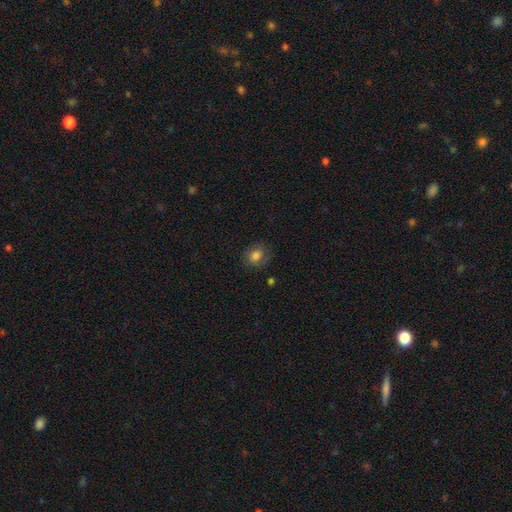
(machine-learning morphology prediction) smooth-or-featured: smooth: 75% | featured or disk: 14% | star or artifact: 11%
  how-rounded: round: 64% | in between: 35% | cigar-shaped: 1%
  merging: none: 78% | minor disturbance: 16% | major disturbance: 5% | merger: 1%